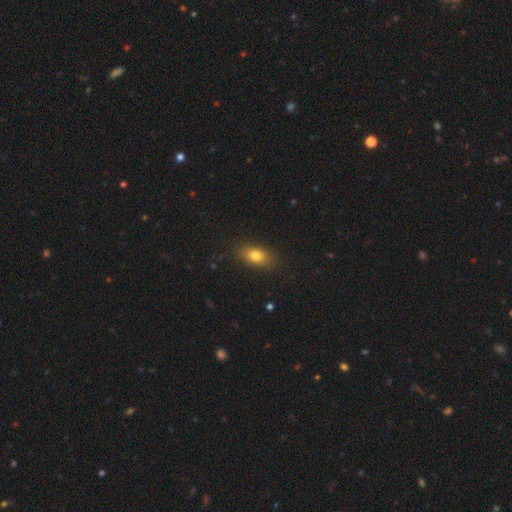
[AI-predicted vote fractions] Smooth or featured? Predicted: smooth (p=0.80). How rounded? Predicted: in between (p=0.81). Merging? Predicted: none (p=0.84).